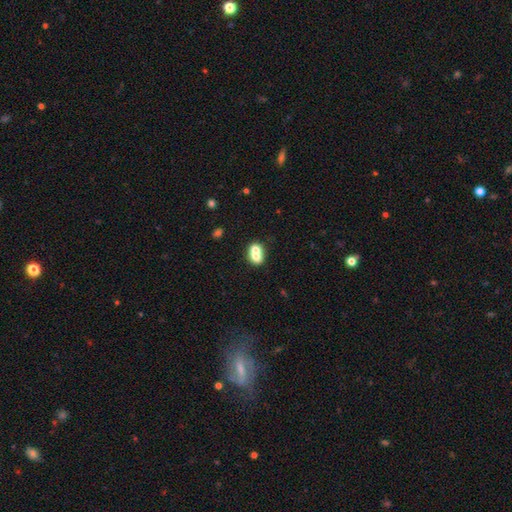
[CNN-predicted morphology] This is likely a smooth galaxy (68%). How rounded: possibly in between (51%). Merging: likely merger (65%).